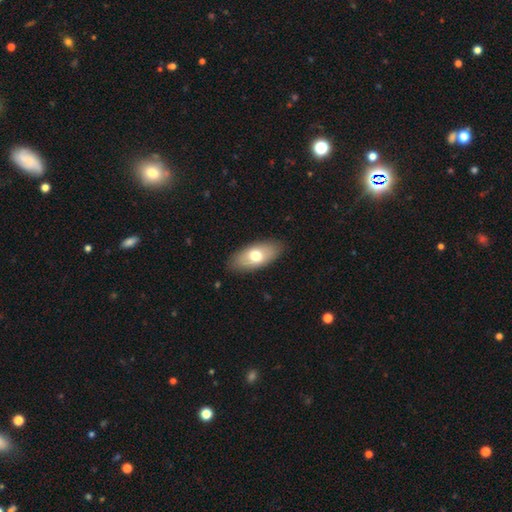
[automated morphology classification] Q: Smooth or featured?
A: smooth (68%); runner-up: featured or disk (26%)
Q: How rounded?
A: in between (90%); runner-up: cigar-shaped (7%)
Q: Merging?
A: none (85%); runner-up: minor disturbance (11%)